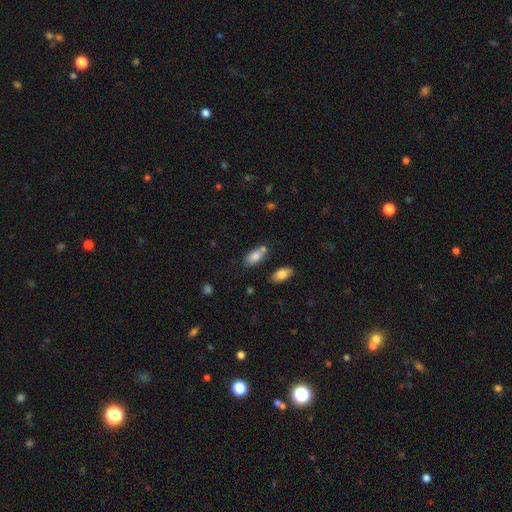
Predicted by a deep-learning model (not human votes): A smooth galaxy with no disk features (81%) that is in between round and cigar-shaped (88%).

Vote fractions:
- Smooth or featured? smooth: 81% / featured or disk: 11% / star or artifact: 8%
- How rounded? in between: 88% / cigar-shaped: 8% / round: 4%
- Merging? none: 54% / merger: 23% / minor disturbance: 18% / major disturbance: 5%